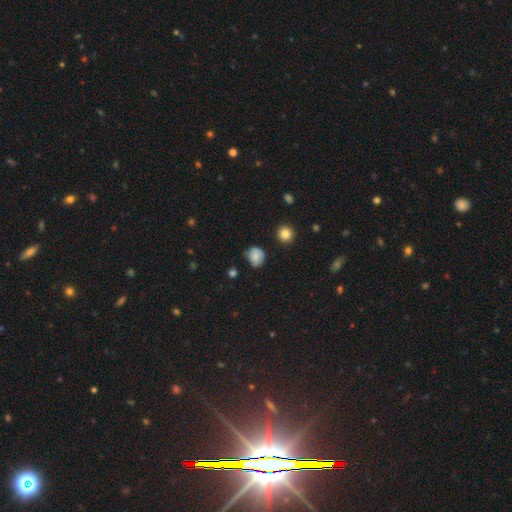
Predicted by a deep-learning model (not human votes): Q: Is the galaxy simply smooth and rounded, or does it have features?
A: smooth — 78%.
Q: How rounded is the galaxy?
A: round — 73%.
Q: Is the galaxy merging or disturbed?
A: none — 67%.